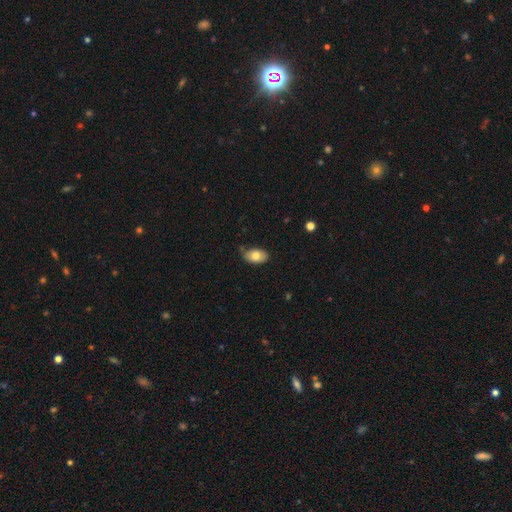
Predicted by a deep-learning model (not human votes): smooth_or_featured: smooth (p=0.78) [alt: featured or disk p=0.15]
how_rounded: in between (p=0.91) [alt: round p=0.07]
merging: none (p=0.73) [alt: minor disturbance p=0.21]